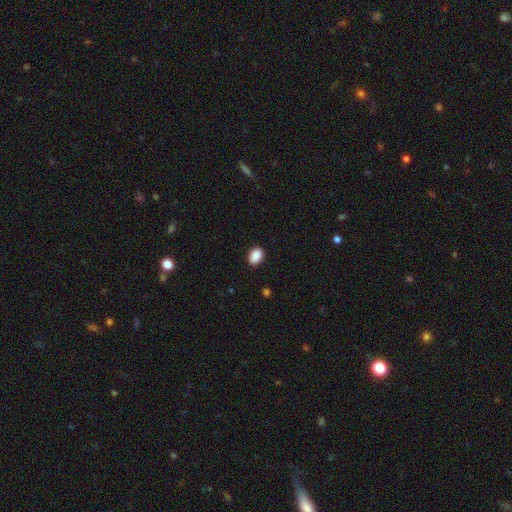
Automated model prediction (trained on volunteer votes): This is clearly a smooth galaxy (89%). How rounded: likely in between (79%). Merging: clearly none (89%).